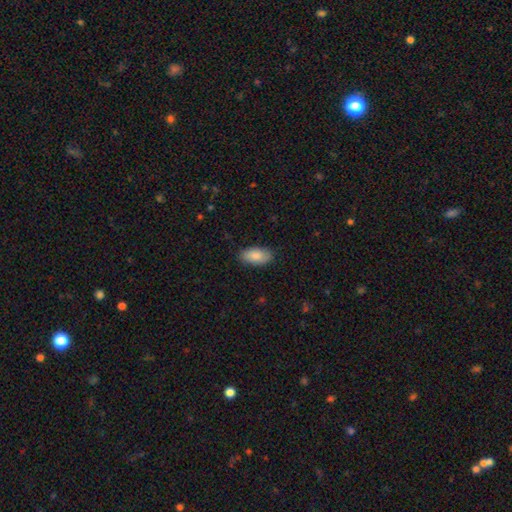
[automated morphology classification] Smooth or featured?
  - smooth: 87% *
  - featured or disk: 7%
  - star or artifact: 6%
How rounded?
  - in between: 94% *
  - cigar-shaped: 4%
  - round: 3%
Merging?
  - none: 85% *
  - minor disturbance: 11%
  - major disturbance: 2%
  - merger: 1%